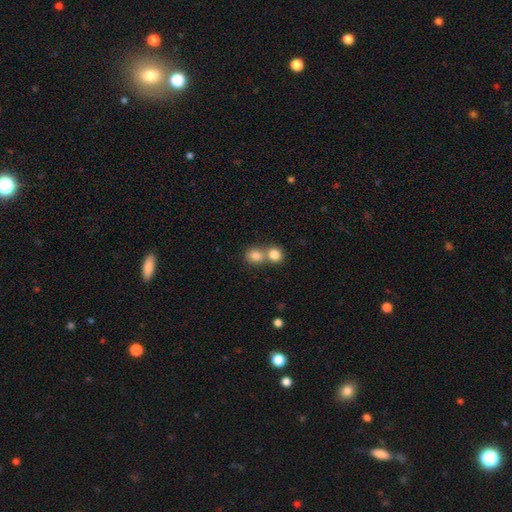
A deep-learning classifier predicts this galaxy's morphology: A smooth galaxy with no disk features (82%) that is round (74%).

Vote fractions:
- Smooth or featured? smooth: 82% / star or artifact: 10% / featured or disk: 8%
- How rounded? round: 74% / in between: 25% / cigar-shaped: 1%
- Merging? merger: 52% / none: 39% / minor disturbance: 6% / major disturbance: 2%